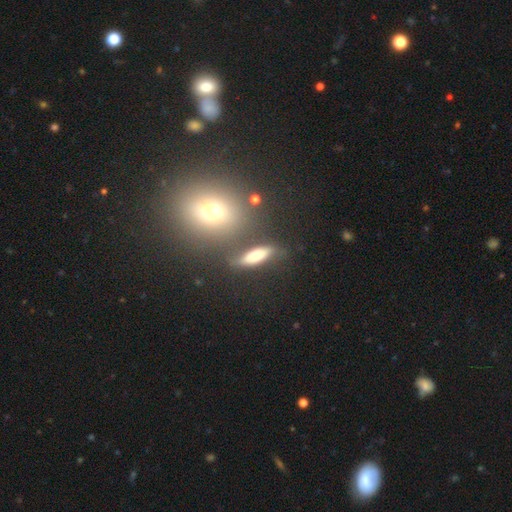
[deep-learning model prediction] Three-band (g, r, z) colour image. It shows a smooth galaxy with no disk features (66%) that is in between round and cigar-shaped (52%). Merging: none (64%).